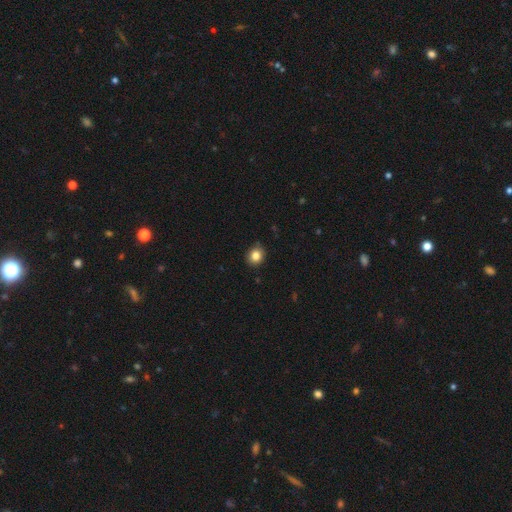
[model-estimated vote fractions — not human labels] Q: Smooth or featured?
A: smooth (84%); runner-up: star or artifact (10%)
Q: How rounded?
A: round (75%); runner-up: in between (24%)
Q: Merging?
A: none (86%); runner-up: minor disturbance (11%)